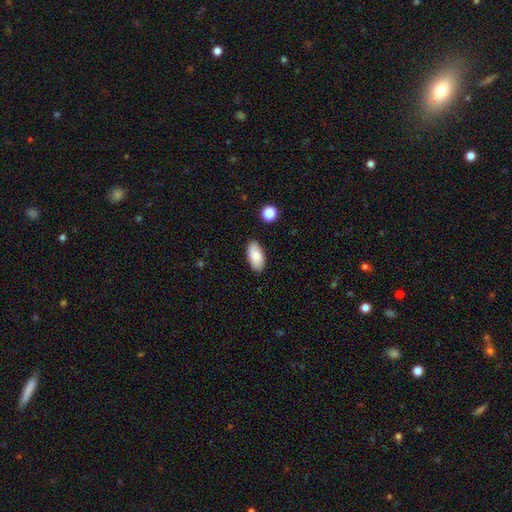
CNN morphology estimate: This is clearly a smooth galaxy (83%). How rounded: clearly in between (93%). Merging: clearly none (87%).